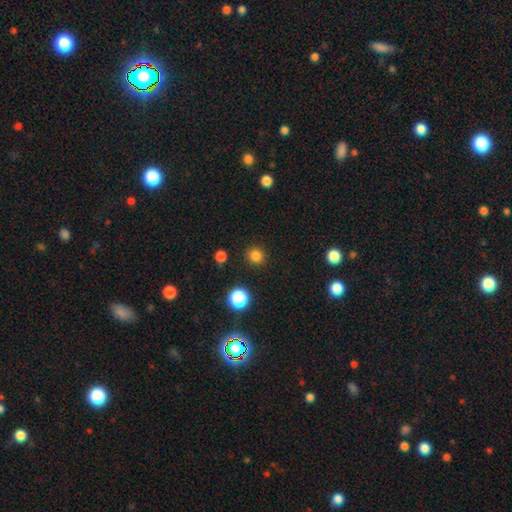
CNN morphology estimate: Smooth or featured? smooth (80%)
How rounded? round (91%)
Merging? none (90%)